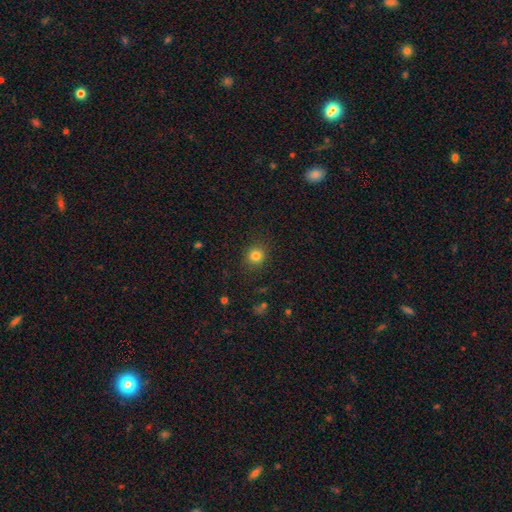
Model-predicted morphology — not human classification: Smooth or featured? Predicted: smooth (p=0.81). How rounded? Predicted: round (p=0.87). Merging? Predicted: none (p=0.88).